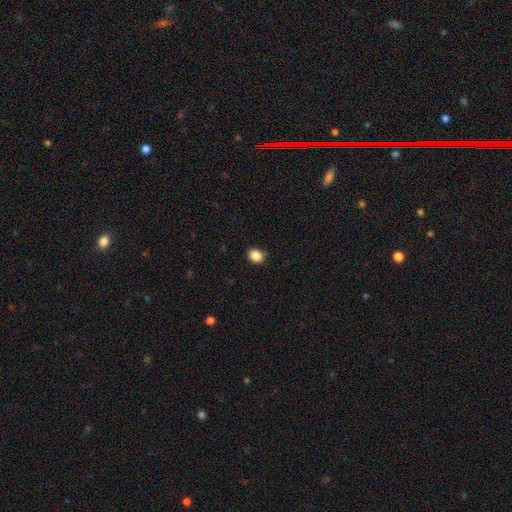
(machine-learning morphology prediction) A smooth galaxy with no disk features (86%) that is round (55%). Merging: none (83%).